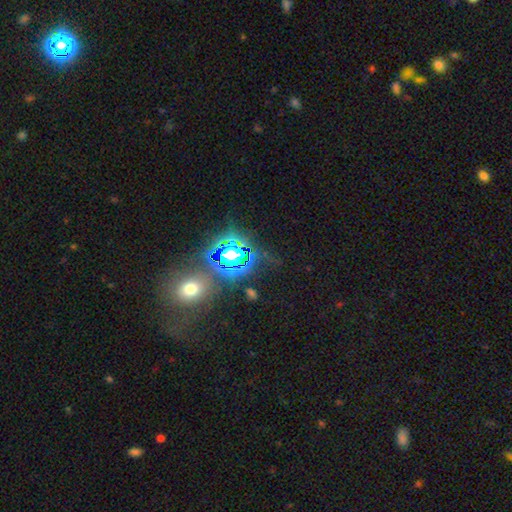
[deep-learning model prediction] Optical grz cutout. It shows a star or artifact, not a galaxy (70%).